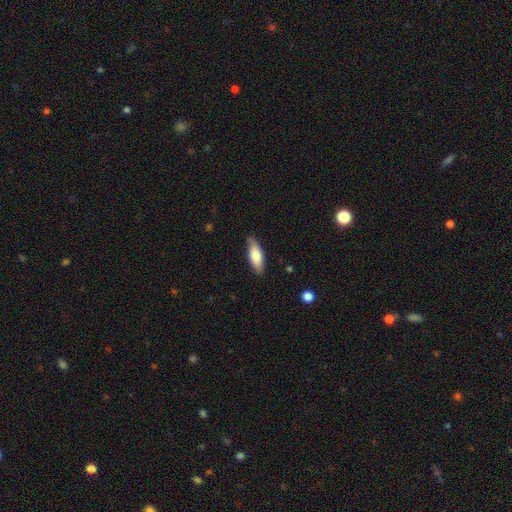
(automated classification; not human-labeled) A smooth galaxy with no disk features (77%) that is in between round and cigar-shaped (65%). Merging: none (81%).